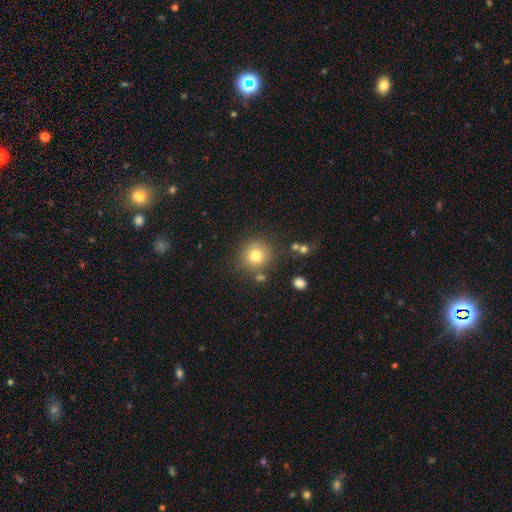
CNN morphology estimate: smooth 78%, star or artifact 12%, featured or disk 10%. Down the decision tree: how rounded — round (91%); merging — none (80%).